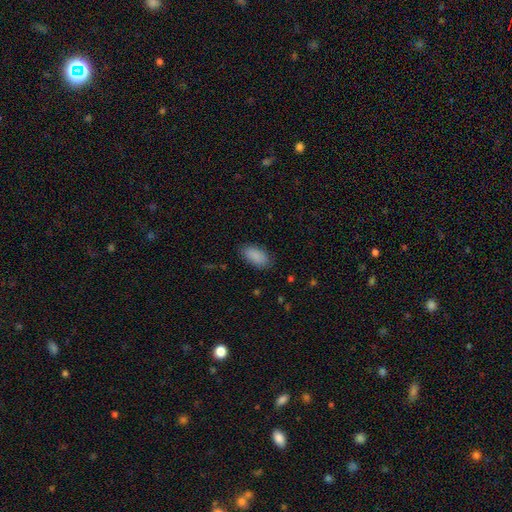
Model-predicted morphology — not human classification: This appears to be a smooth galaxy with no disk features (90%) that is in between round and cigar-shaped (93%). Merging: none (85%).